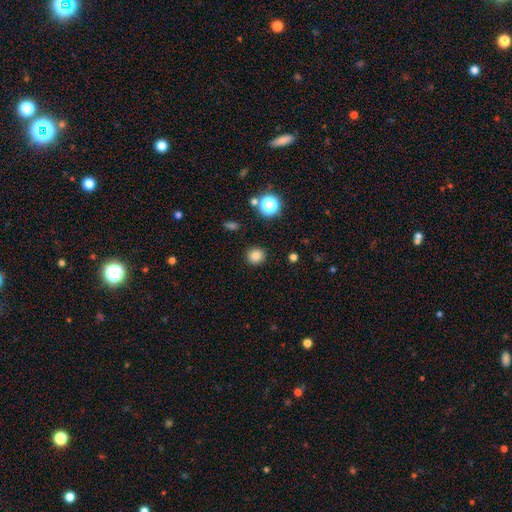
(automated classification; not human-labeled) The model was most divided on "smooth or featured": smooth: 82%, star or artifact: 14%, featured or disk: 4%. More confident: merging — none (89%); how rounded — round (88%).